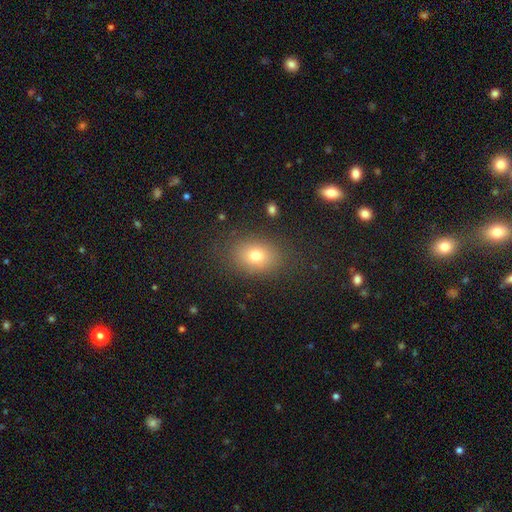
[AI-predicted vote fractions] A smooth galaxy with no disk features (76%) that is in between round and cigar-shaped (66%). Merging: none (84%).